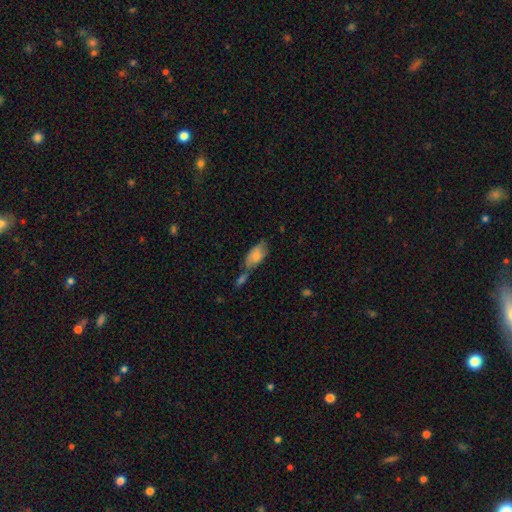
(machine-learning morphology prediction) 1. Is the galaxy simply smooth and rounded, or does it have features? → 71% smooth, 22% featured or disk, 7% star or artifact.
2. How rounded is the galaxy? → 91% in between, 5% cigar-shaped, 4% round.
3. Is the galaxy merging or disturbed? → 37% none (tied), 37% merger (tied), 18% minor disturbance, 7% major disturbance.